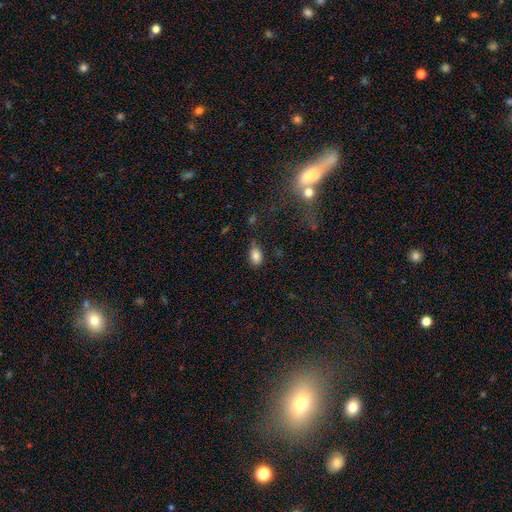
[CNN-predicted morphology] smooth 83%, star or artifact 10%, featured or disk 7%. Down the decision tree: how rounded — in between (83%); merging — none (69%).